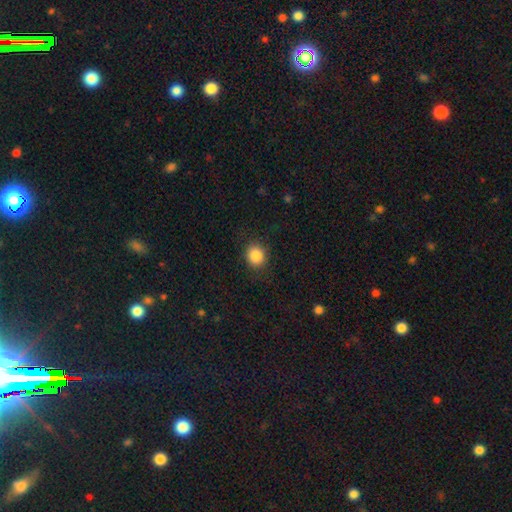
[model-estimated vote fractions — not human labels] This is clearly a smooth galaxy (87%). How rounded: clearly round (81%). Merging: clearly none (87%).